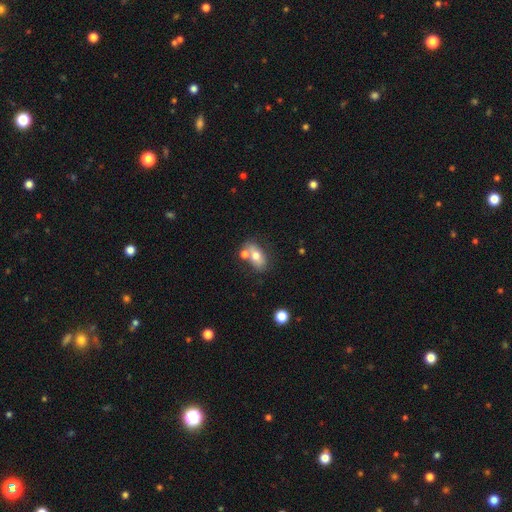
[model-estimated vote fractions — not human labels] Smooth or featured?
  - smooth: 66% *
  - featured or disk: 25%
  - star or artifact: 9%
How rounded?
  - in between: 85% *
  - round: 11%
  - cigar-shaped: 4%
Merging?
  - none: 50% *
  - merger: 29%
  - minor disturbance: 15%
  - major disturbance: 6%